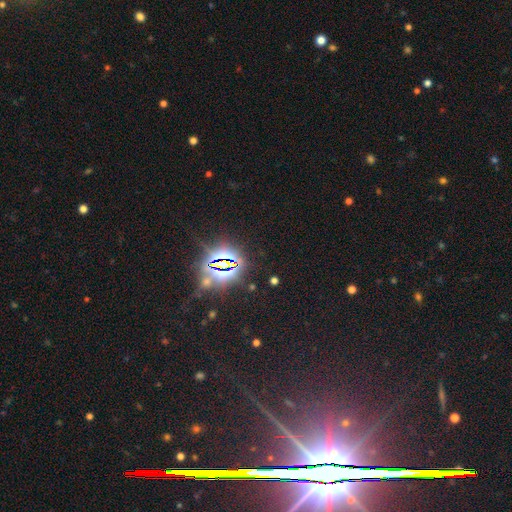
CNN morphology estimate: type=star or artifact (73%).